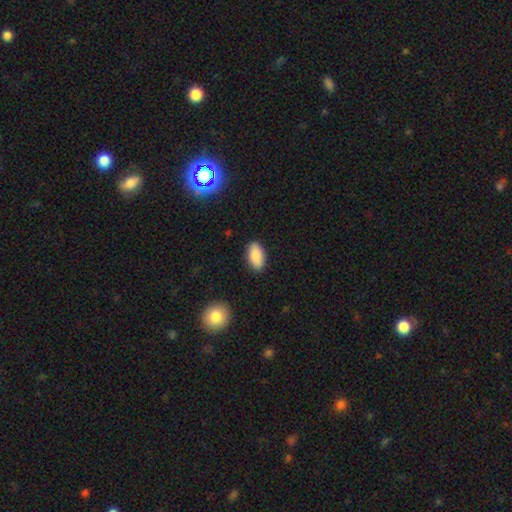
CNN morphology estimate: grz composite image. It shows a smooth galaxy with no disk features (88%) that is in between round and cigar-shaped (93%). Merging: none (87%).